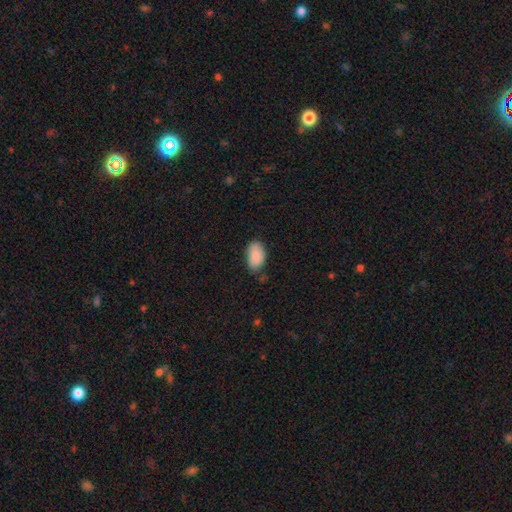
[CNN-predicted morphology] A smooth galaxy with no disk features (88%) that is in between round and cigar-shaped (93%).

Vote fractions:
- Smooth or featured? smooth: 88% / star or artifact: 7% / featured or disk: 5%
- How rounded? in between: 93% / round: 6% / cigar-shaped: 2%
- Merging? none: 68% / minor disturbance: 25% / major disturbance: 4% / merger: 2%